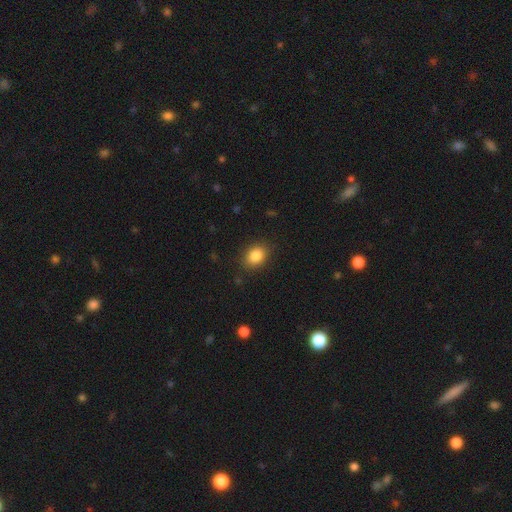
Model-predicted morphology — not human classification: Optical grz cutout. It shows a smooth galaxy with no disk features (86%) that is in between round and cigar-shaped (64%). Merging: none (86%).